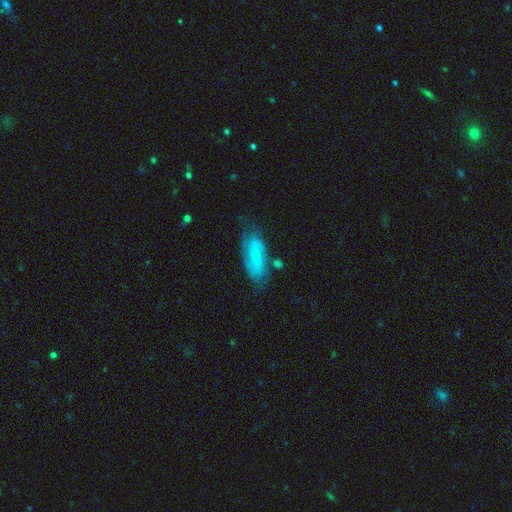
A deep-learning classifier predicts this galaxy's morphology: This is possibly a smooth galaxy (51%). How rounded: likely in between (75%). Merging: likely none (61%).